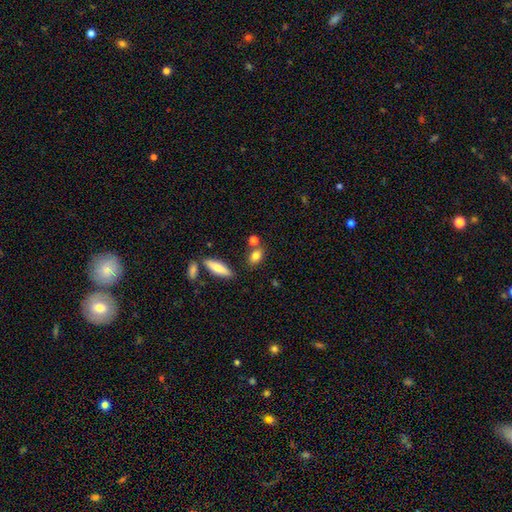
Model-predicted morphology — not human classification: type=smooth (81%); roundness=in between (74%); merging=none (66%).